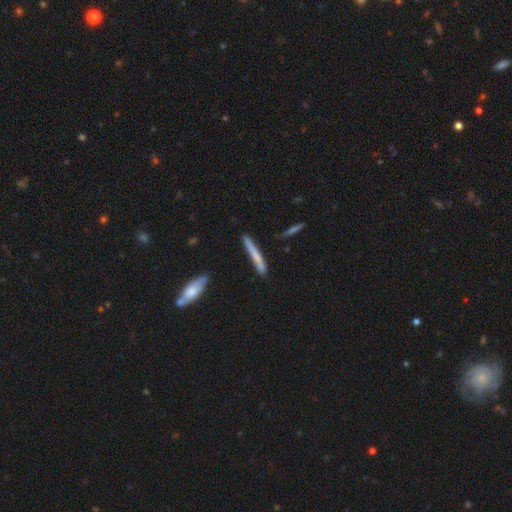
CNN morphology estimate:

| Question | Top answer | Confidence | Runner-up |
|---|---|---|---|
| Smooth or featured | smooth | 65% | featured or disk (29%) |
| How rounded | cigar-shaped | 95% | in between (3%) |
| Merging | none | 82% | minor disturbance (13%) |